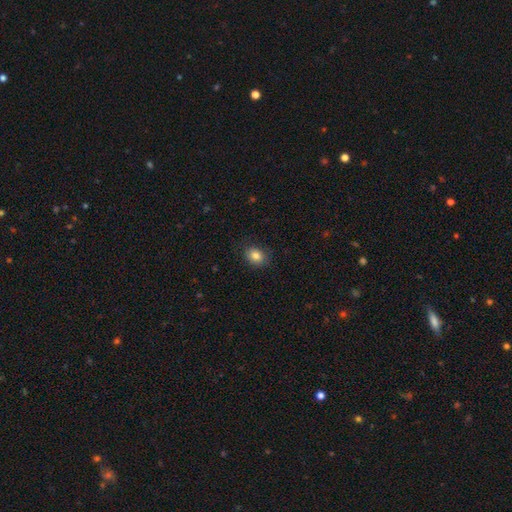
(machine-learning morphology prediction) Smooth or featured? smooth (83%)
How rounded? in between (58%)
Merging? none (85%)